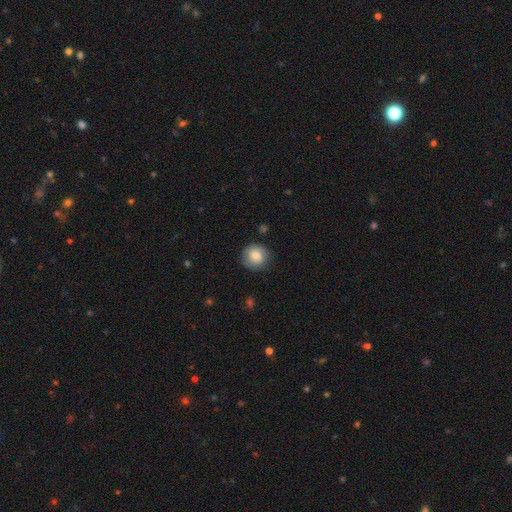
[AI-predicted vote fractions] This is clearly a smooth galaxy (83%). How rounded: clearly round (91%). Merging: clearly none (83%).